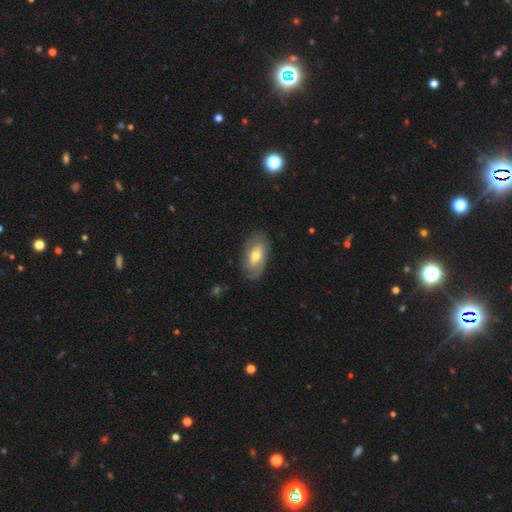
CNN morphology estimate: The model was most divided on "bar": no: 43%, weak: 37%, strong: 20%. More confident: edge-on disk — no (89%); merging — none (79%); bulge size — moderate (68%); spiral arms — yes (68%); smooth or featured — featured or disk (57%).